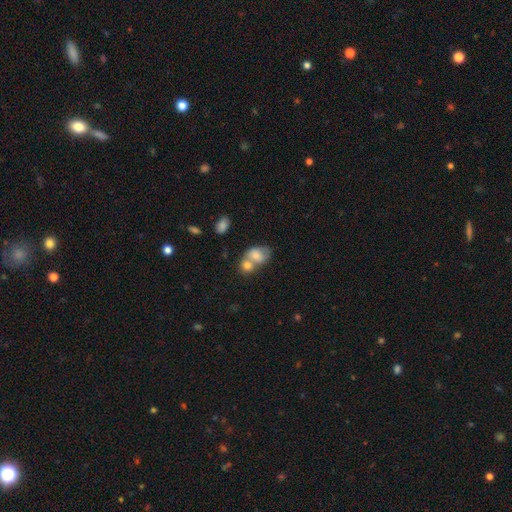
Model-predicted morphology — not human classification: smooth-or-featured: smooth: 67% | featured or disk: 24% | star or artifact: 8%
  how-rounded: in between: 65% | round: 34% | cigar-shaped: 1%
  merging: merger: 63% | none: 22% | minor disturbance: 10% | major disturbance: 5%